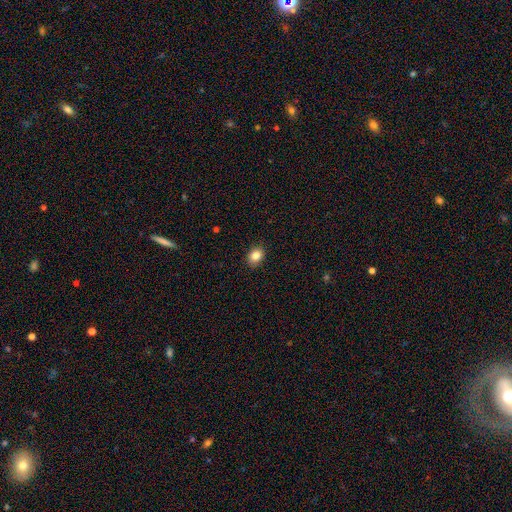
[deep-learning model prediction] Morphology: type=smooth (85%); roundness=in between (63%); merging=none (88%).